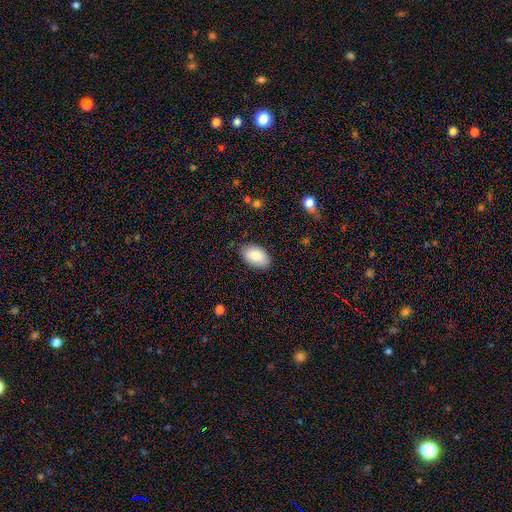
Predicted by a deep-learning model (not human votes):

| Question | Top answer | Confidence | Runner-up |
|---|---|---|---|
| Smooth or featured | smooth | 86% | featured or disk (8%) |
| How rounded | in between | 94% | round (5%) |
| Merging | none | 82% | minor disturbance (14%) |